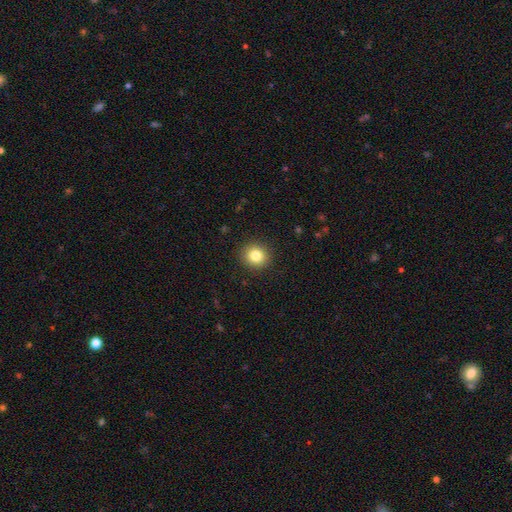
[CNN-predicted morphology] type=smooth (82%); roundness=round (88%); merging=none (91%).